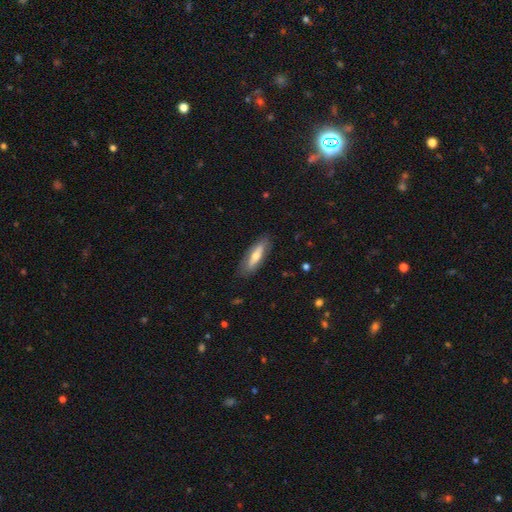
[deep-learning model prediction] smooth-or-featured: smooth: 55% | featured or disk: 39% | star or artifact: 6%
  how-rounded: cigar-shaped: 54% | in between: 44% | round: 2%
  merging: none: 83% | minor disturbance: 13% | major disturbance: 3% | merger: 1%